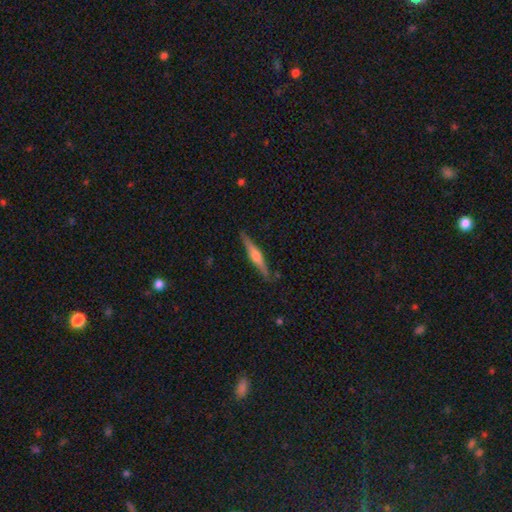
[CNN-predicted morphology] Overall: featured or disk (67%; smooth 28%). Edge-on disk: yes (97%). Edge-on bulge: rounded (83%). Merging: none (88%).